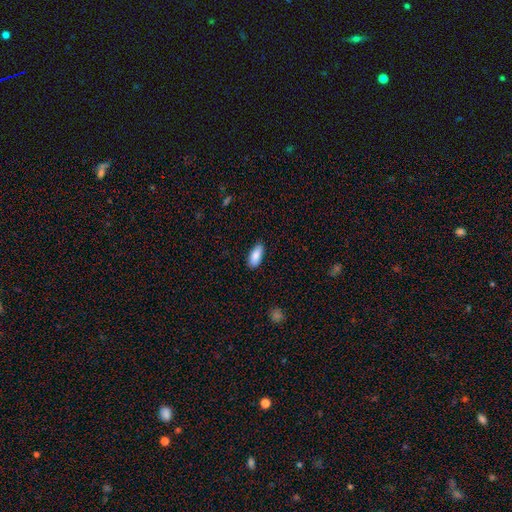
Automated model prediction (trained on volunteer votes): smooth-or-featured: smooth: 88% | star or artifact: 6% | featured or disk: 6%
  how-rounded: in between: 87% | cigar-shaped: 12% | round: 2%
  merging: none: 86% | minor disturbance: 11% | major disturbance: 2% | merger: 1%